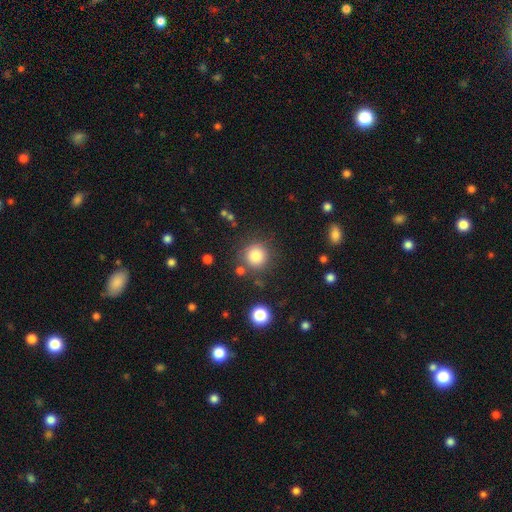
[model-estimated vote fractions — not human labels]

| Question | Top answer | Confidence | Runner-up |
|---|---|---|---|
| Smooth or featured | smooth | 83% | star or artifact (11%) |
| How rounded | round | 94% | in between (5%) |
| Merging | none | 82% | minor disturbance (9%) |